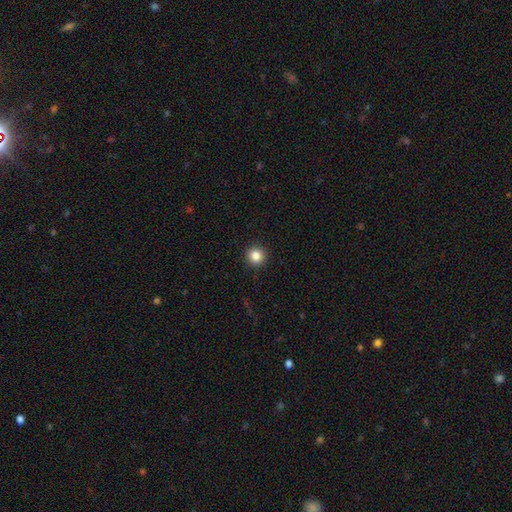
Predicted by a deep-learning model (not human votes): Smooth or featured?
  - smooth: 85% *
  - star or artifact: 11%
  - featured or disk: 4%
How rounded?
  - round: 95% *
  - in between: 4%
  - cigar-shaped: 1%
Merging?
  - none: 93% *
  - minor disturbance: 4%
  - major disturbance: 2%
  - merger: 1%